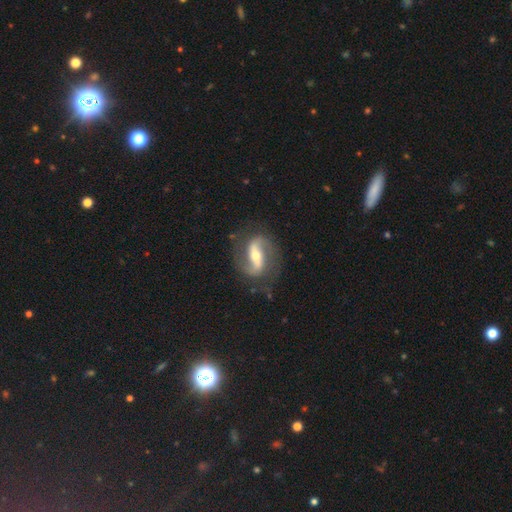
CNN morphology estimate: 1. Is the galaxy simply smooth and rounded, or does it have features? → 86% featured or disk, 9% smooth, 5% star or artifact.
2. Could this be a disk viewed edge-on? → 95% no, 5% yes.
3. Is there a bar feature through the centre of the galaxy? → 54% strong, 28% weak, 18% no.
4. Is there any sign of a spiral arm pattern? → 93% yes, 7% no.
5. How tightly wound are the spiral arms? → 45% loose, 42% medium, 13% tight.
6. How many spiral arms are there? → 91% 2, 3% can't tell, 3% 1, 1% 3, 1% 4, 1% more than 4.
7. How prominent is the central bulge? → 61% moderate, 32% small, 5% large, 1% dominant, 1% none.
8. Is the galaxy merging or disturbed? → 76% none, 15% minor disturbance, 8% major disturbance, 2% merger.